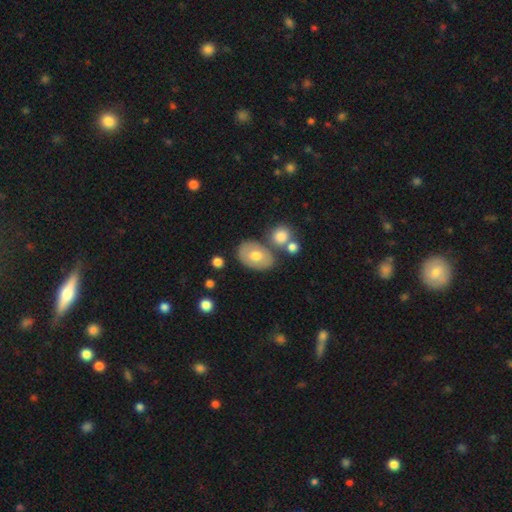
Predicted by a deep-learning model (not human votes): Smooth or featured? Predicted: smooth (p=0.63). How rounded? Predicted: in between (p=0.84). Merging? Predicted: none (p=0.68).